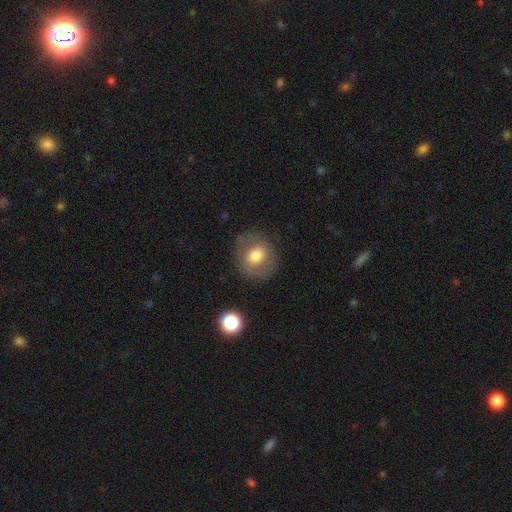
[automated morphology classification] Smooth or featured: smooth — 69% (featured or disk — 23%)
How rounded: round — 76% (in between — 23%)
Merging: none — 80% (minor disturbance — 12%)